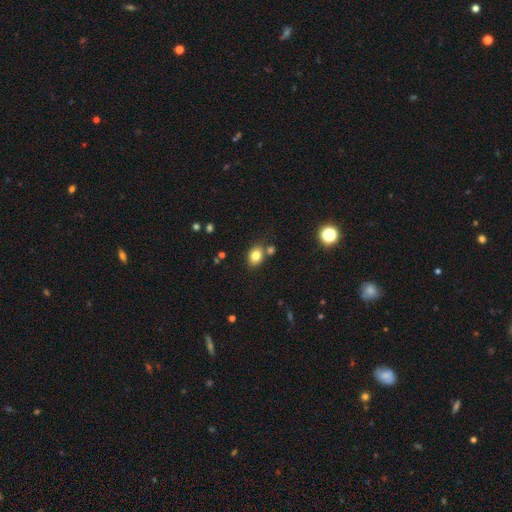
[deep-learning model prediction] Smooth or featured? smooth (80%)
How rounded? in between (61%)
Merging? none (72%)